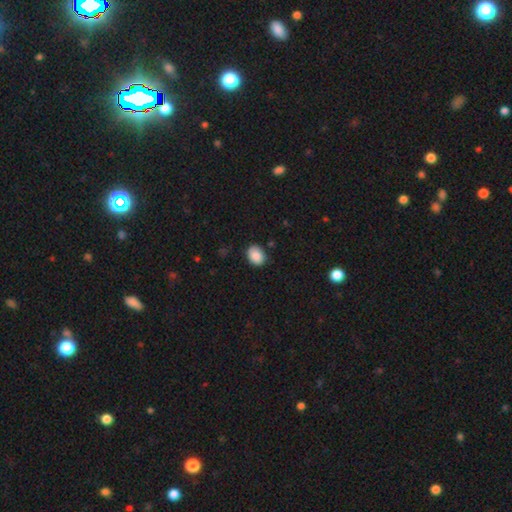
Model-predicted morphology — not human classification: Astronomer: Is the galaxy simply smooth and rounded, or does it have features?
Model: smooth — 87%.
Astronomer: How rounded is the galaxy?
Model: in between — 60% (runner-up: round, 39%).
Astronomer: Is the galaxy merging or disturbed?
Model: none — 82%.